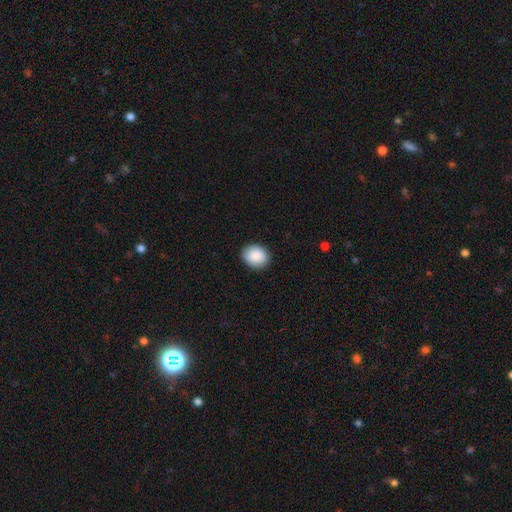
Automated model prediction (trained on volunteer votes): smooth 89%, star or artifact 7%, featured or disk 5%. Down the decision tree: how rounded — in between (50%); merging — none (88%).